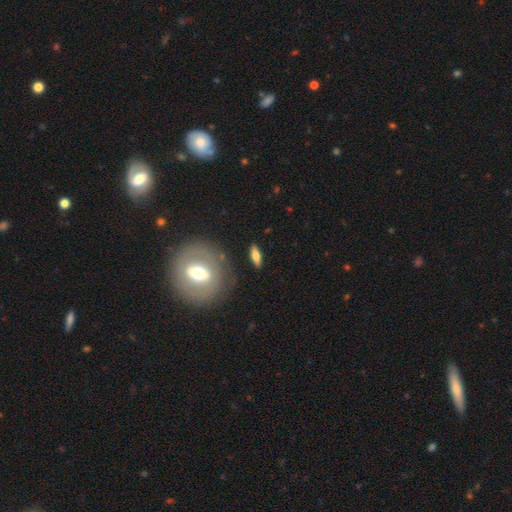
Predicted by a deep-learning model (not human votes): Overall: smooth (55%; featured or disk 37%). How rounded: in between (51%; cigar-shaped 43%). Merging: none (84%).